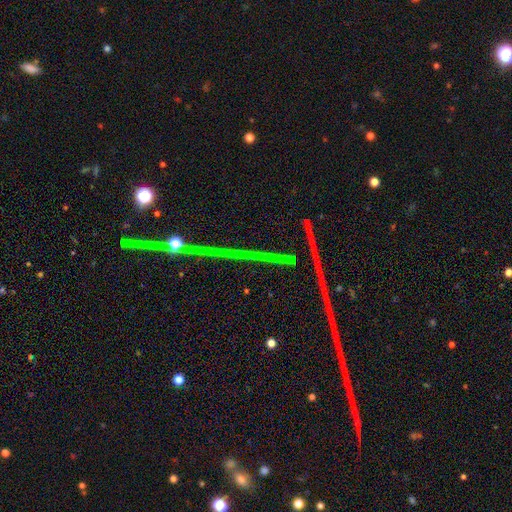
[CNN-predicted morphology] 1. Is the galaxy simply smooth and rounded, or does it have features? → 78% star or artifact, 14% featured or disk, 8% smooth.